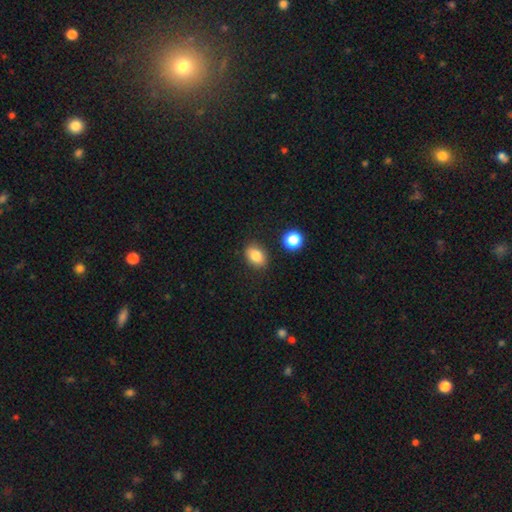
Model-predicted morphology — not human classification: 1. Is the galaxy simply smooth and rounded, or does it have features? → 84% smooth, 10% star or artifact, 7% featured or disk.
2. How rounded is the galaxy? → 74% in between, 24% round, 1% cigar-shaped.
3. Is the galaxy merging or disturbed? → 84% none, 10% minor disturbance, 3% merger, 3% major disturbance.